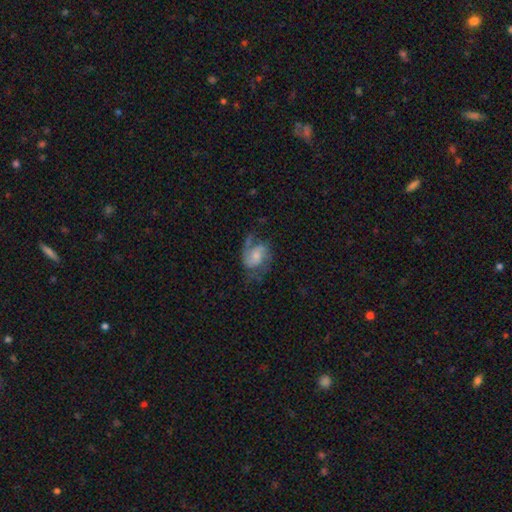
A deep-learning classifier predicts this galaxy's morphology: Q: Smooth or featured?
A: featured or disk (68%); runner-up: smooth (25%)
Q: Edge-on disk?
A: no (98%); runner-up: yes (2%)
Q: Bar?
A: no (59%); runner-up: weak (35%)
Q: Spiral arms?
A: yes (89%); runner-up: no (11%)
Q: Spiral winding?
A: medium (48%); runner-up: loose (32%)
Q: Spiral arm count?
A: 2 (75%); runner-up: 1 (9%)
Q: Bulge size?
A: moderate (37%); runner-up: small (35%)
Q: Merging?
A: none (48%); runner-up: minor disturbance (25%)